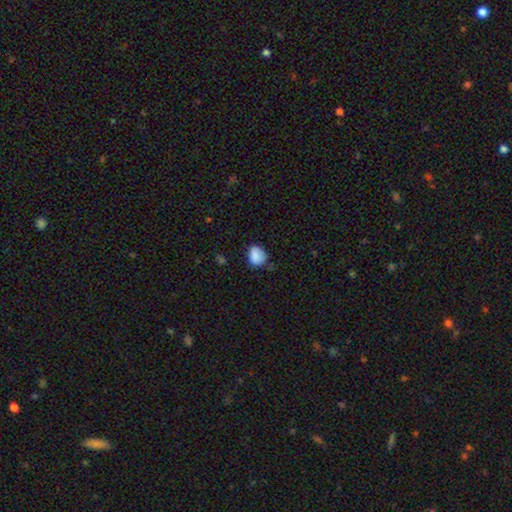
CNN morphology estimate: A smooth galaxy with no disk features (86%) that is round (51%).

Vote fractions:
- Smooth or featured? smooth: 86% / star or artifact: 8% / featured or disk: 6%
- How rounded? round: 51% / in between: 48% / cigar-shaped: 1%
- Merging? none: 62% / minor disturbance: 30% / major disturbance: 6% / merger: 2%